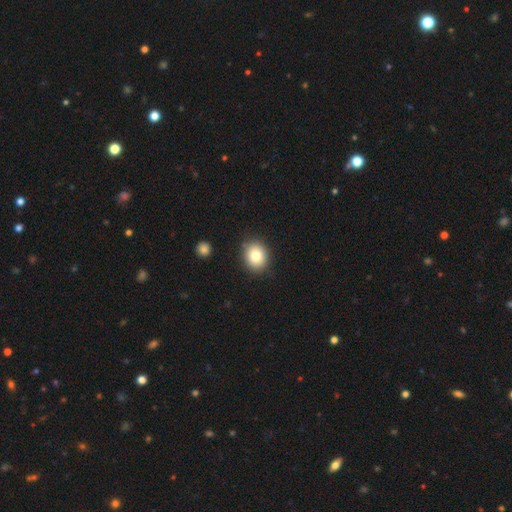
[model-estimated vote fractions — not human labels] Q: Smooth or featured?
A: smooth (81%); runner-up: featured or disk (9%)
Q: How rounded?
A: round (60%); runner-up: in between (39%)
Q: Merging?
A: none (86%); runner-up: minor disturbance (9%)